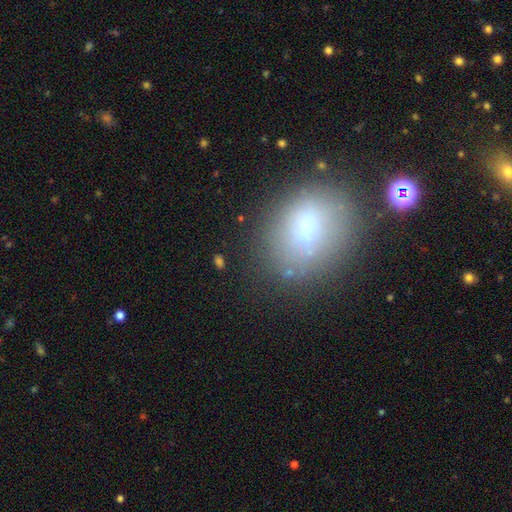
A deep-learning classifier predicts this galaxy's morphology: type=smooth (62%); roundness=in between (59%); merging=none (75%).